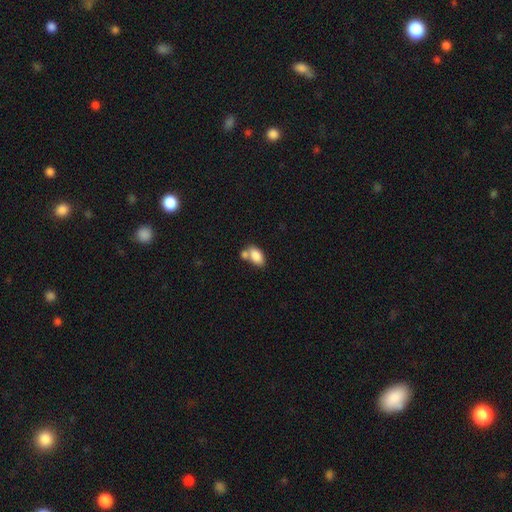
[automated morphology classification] Smooth or featured?
  - smooth: 83% *
  - featured or disk: 9%
  - star or artifact: 8%
How rounded?
  - in between: 91% *
  - round: 7%
  - cigar-shaped: 2%
Merging?
  - merger: 42% *
  - none: 41%
  - minor disturbance: 12%
  - major disturbance: 4%